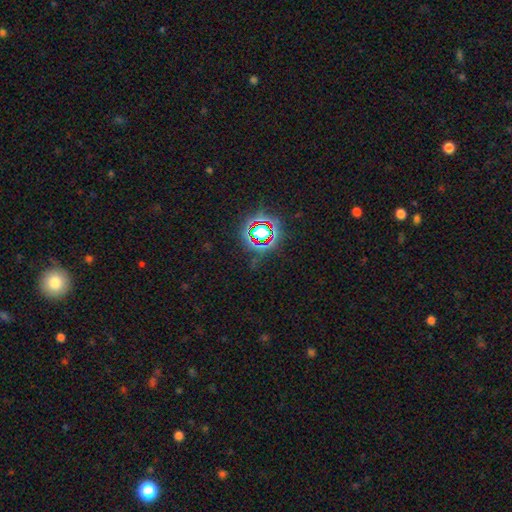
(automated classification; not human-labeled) Smooth or featured?
  - star or artifact: 80% *
  - smooth: 12%
  - featured or disk: 8%